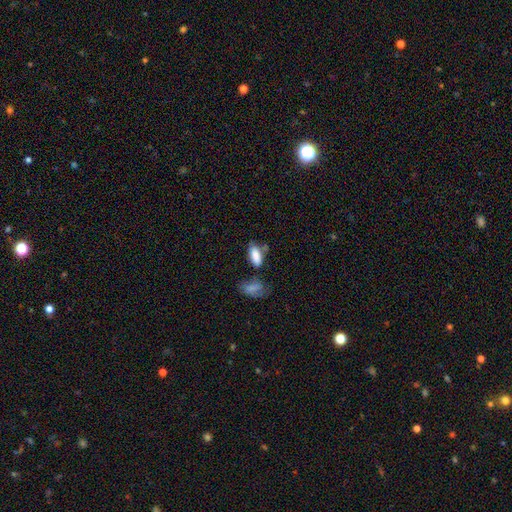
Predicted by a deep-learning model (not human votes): This is clearly a smooth galaxy (83%). How rounded: clearly in between (83%). Merging: possibly none (52%).